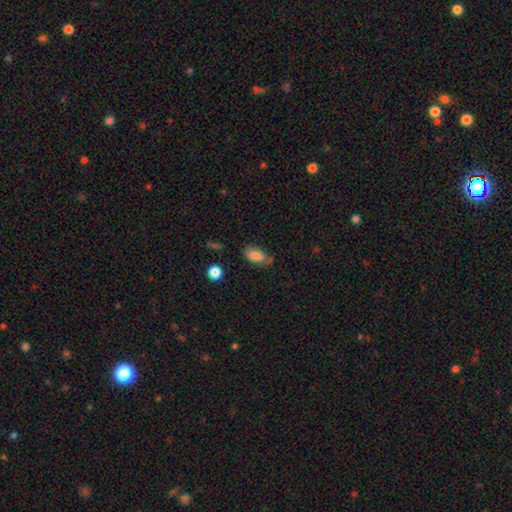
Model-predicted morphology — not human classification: smooth_or_featured: smooth (p=0.82) [alt: featured or disk p=0.09]
how_rounded: in between (p=0.90) [alt: round p=0.06]
merging: none (p=0.62) [alt: minor disturbance p=0.26]